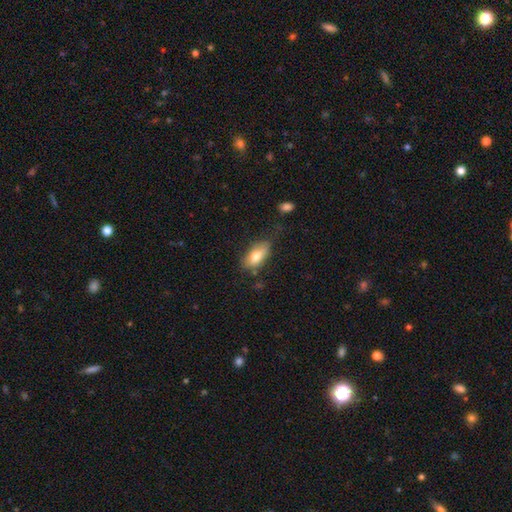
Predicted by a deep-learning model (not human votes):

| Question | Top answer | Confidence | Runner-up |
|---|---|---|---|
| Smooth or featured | smooth | 75% | featured or disk (18%) |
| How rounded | in between | 89% | cigar-shaped (6%) |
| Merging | none | 60% | minor disturbance (27%) |